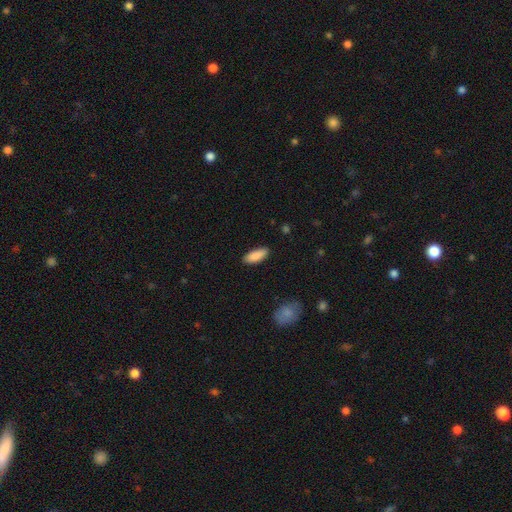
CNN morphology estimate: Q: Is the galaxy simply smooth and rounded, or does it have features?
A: smooth — 89%.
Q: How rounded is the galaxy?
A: in between — 79%.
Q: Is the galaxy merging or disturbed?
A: none — 86%.